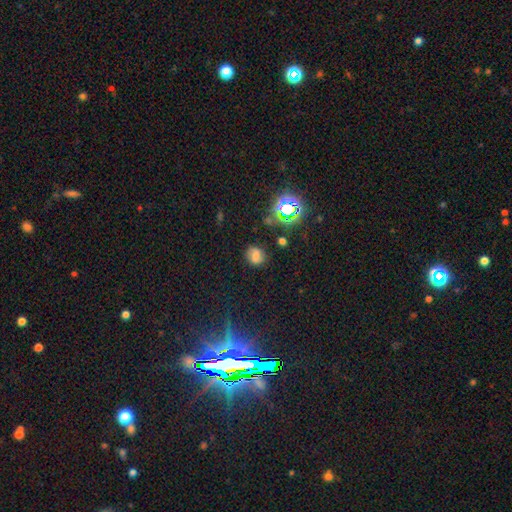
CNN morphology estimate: smooth 49%, featured or disk 28%, star or artifact 22%. Down the decision tree: merging — none (77%).